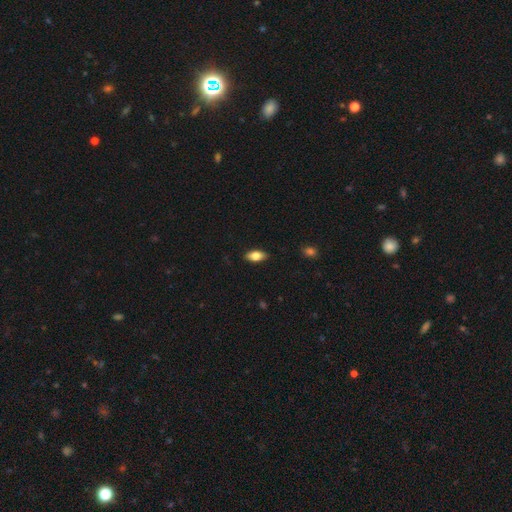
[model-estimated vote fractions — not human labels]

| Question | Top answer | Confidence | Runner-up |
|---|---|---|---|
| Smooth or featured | smooth | 77% | featured or disk (16%) |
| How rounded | in between | 90% | cigar-shaped (7%) |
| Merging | none | 87% | minor disturbance (10%) |